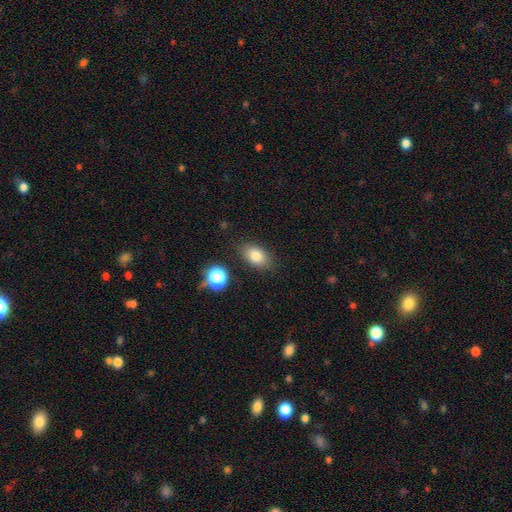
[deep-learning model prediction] smooth_or_featured: smooth (p=0.81) [alt: star or artifact p=0.11]
how_rounded: in between (p=0.84) [alt: round p=0.14]
merging: none (p=0.82) [alt: minor disturbance p=0.12]